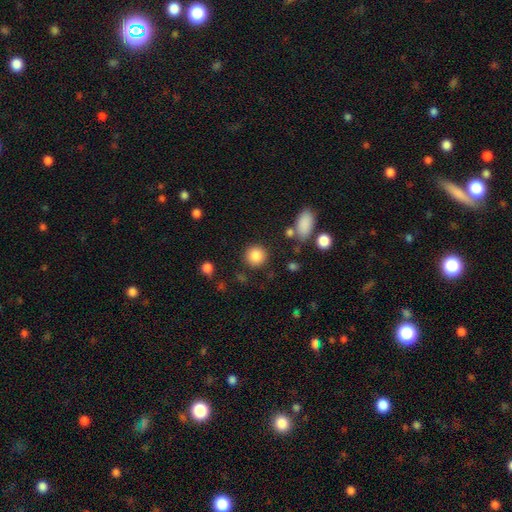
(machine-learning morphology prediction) A smooth galaxy with no disk features (85%) that is round (92%). Merging: none (87%).